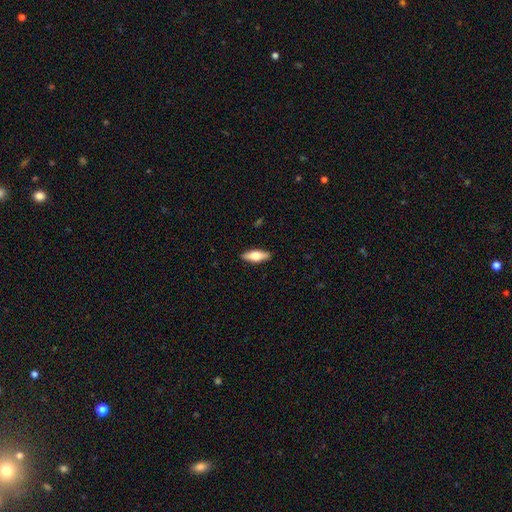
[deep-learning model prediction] smooth-or-featured: smooth: 62% | featured or disk: 32% | star or artifact: 6%
  how-rounded: in between: 64% | cigar-shaped: 34% | round: 3%
  merging: none: 90% | minor disturbance: 8% | major disturbance: 2% | merger: 1%